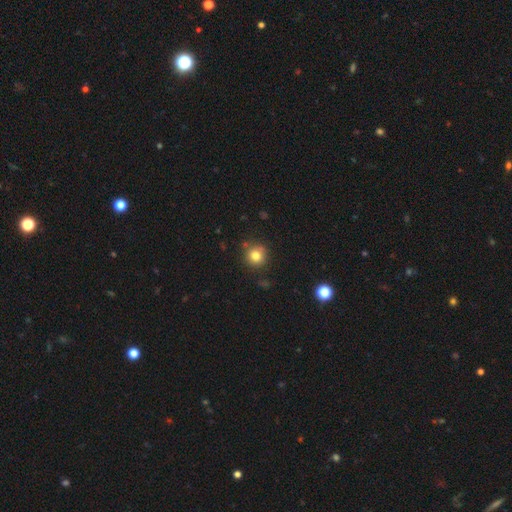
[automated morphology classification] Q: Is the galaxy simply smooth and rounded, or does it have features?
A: smooth — 81%.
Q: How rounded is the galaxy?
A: round — 92%.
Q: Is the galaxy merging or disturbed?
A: none — 83%.